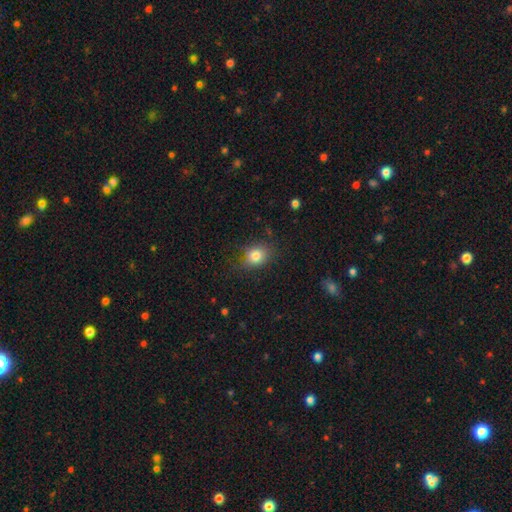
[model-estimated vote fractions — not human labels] A smooth galaxy with no disk features (81%) that is round (55%).

Vote fractions:
- Smooth or featured? smooth: 81% / star or artifact: 11% / featured or disk: 8%
- How rounded? round: 55% / in between: 44% / cigar-shaped: 1%
- Merging? none: 77% / minor disturbance: 17% / major disturbance: 5% / merger: 1%